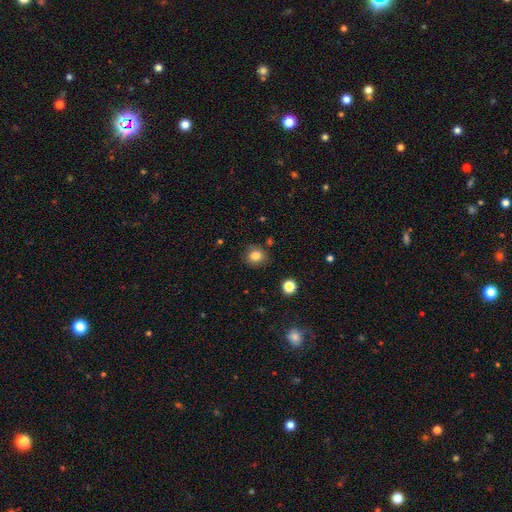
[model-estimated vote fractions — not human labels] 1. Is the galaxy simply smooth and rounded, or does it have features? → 82% smooth, 12% star or artifact, 6% featured or disk.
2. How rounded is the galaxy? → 82% round, 17% in between, 1% cigar-shaped.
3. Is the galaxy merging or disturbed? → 83% none, 12% minor disturbance, 3% major disturbance, 2% merger.